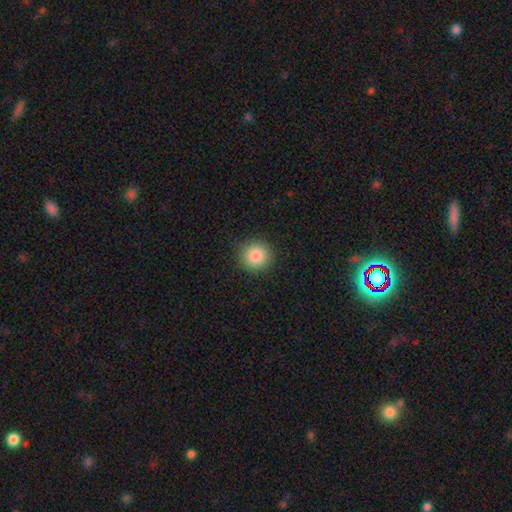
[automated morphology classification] Smooth or featured? smooth (87%)
How rounded? round (93%)
Merging? none (90%)